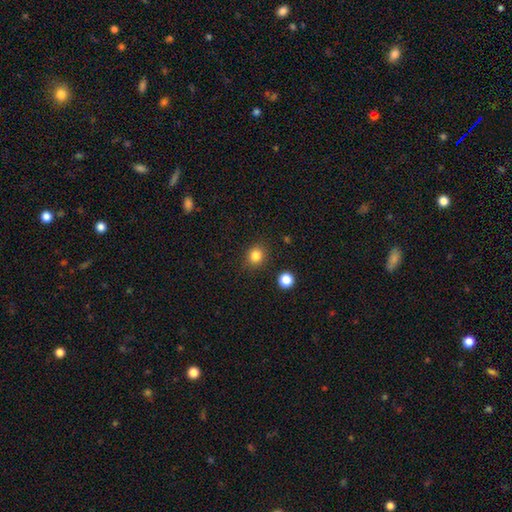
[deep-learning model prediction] A smooth galaxy with no disk features (83%) that is round (78%).

Vote fractions:
- Smooth or featured? smooth: 83% / star or artifact: 12% / featured or disk: 5%
- How rounded? round: 78% / in between: 21% / cigar-shaped: 1%
- Merging? none: 87% / minor disturbance: 8% / major disturbance: 3% / merger: 2%